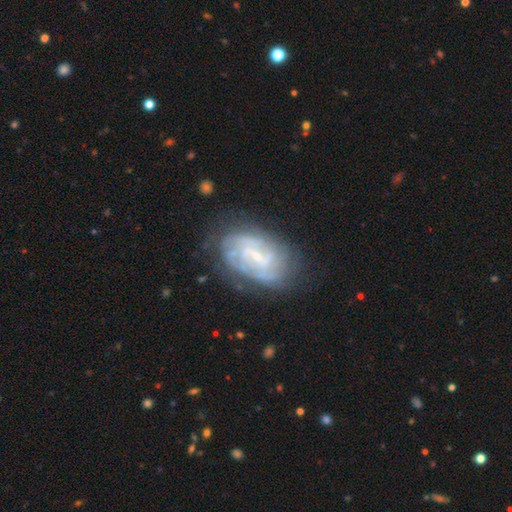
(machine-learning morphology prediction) Smooth or featured: featured or disk — 80% (smooth — 13%)
Edge-on disk: no — 96% (yes — 4%)
Bar: weak — 52% (no — 29%)
Spiral arms: yes — 88% (no — 12%)
Spiral winding: tight — 65% (medium — 28%)
Spiral arm count: can't tell — 45% (2 — 25%)
Bulge size: small — 68% (moderate — 21%)
Merging: none — 71% (minor disturbance — 19%)